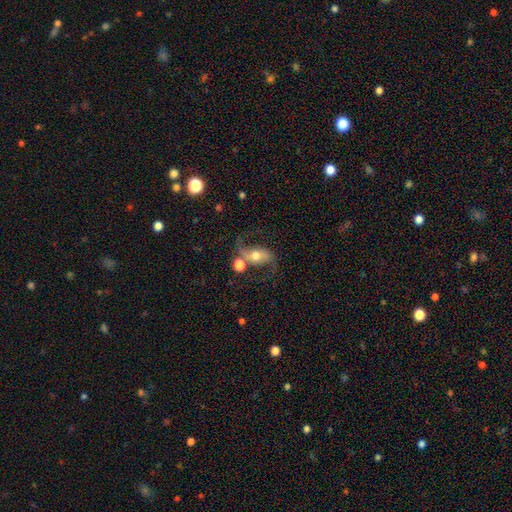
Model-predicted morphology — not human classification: smooth_or_featured: featured or disk (p=0.79) [alt: smooth p=0.13]
disk_edge_on: no (p=0.97) [alt: yes p=0.03]
bar: no (p=0.49) [alt: weak p=0.32]
has_spiral_arms: yes (p=0.94) [alt: no p=0.06]
spiral_winding: loose (p=0.72) [alt: medium p=0.23]
spiral_arm_count: 2 (p=0.93) [alt: 1 p=0.02]
bulge_size: moderate (p=0.69) [alt: small p=0.16]
merging: none (p=0.61) [alt: merger p=0.15]